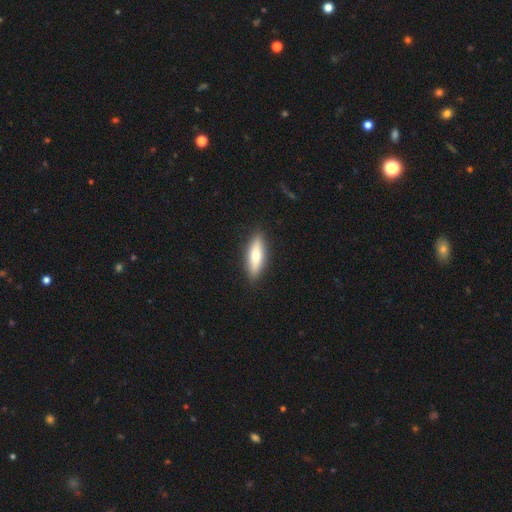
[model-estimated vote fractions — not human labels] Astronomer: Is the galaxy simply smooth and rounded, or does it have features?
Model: smooth — 68%.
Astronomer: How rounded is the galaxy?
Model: cigar-shaped — 56% (runner-up: in between, 42%).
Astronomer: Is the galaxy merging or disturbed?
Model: none — 90%.